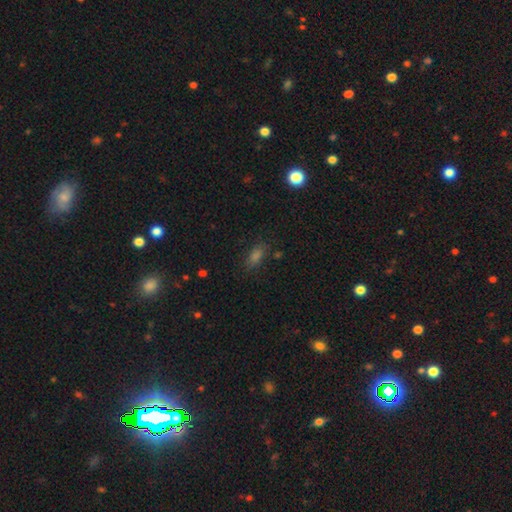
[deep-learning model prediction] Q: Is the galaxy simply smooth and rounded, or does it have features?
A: smooth — 66%.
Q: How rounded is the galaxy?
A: in between — 77%.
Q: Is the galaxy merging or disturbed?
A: none — 80%.